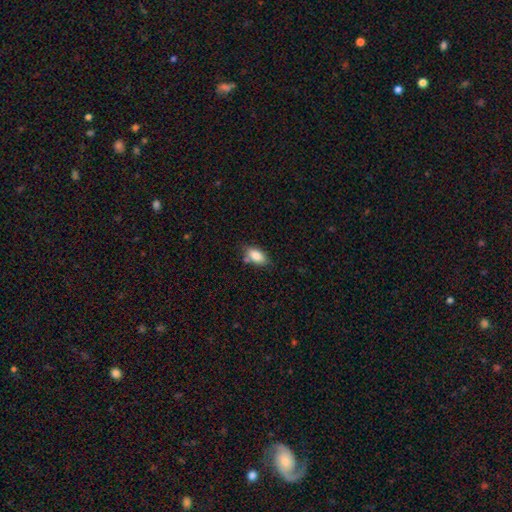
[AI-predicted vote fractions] Smooth or featured? Predicted: smooth (p=0.84). How rounded? Predicted: in between (p=0.90). Merging? Predicted: none (p=0.68).